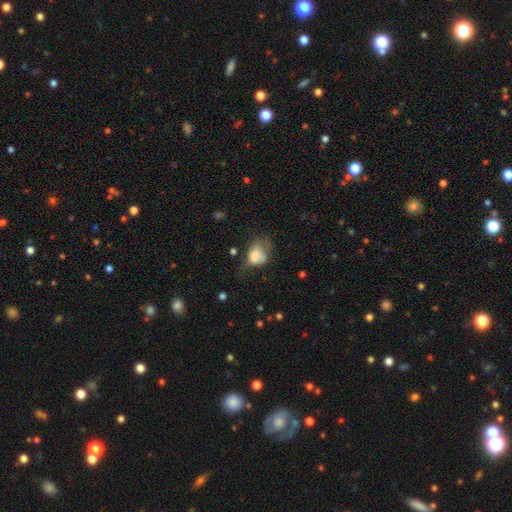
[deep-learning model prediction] Smooth or featured: smooth — 72% (featured or disk — 19%)
How rounded: in between — 65% (round — 34%)
Merging: major disturbance — 43% (minor disturbance — 31%)